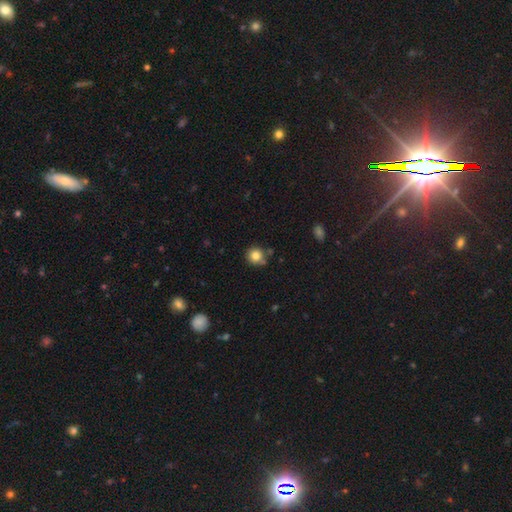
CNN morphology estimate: type=smooth (82%); roundness=round (89%); merging=none (77%).